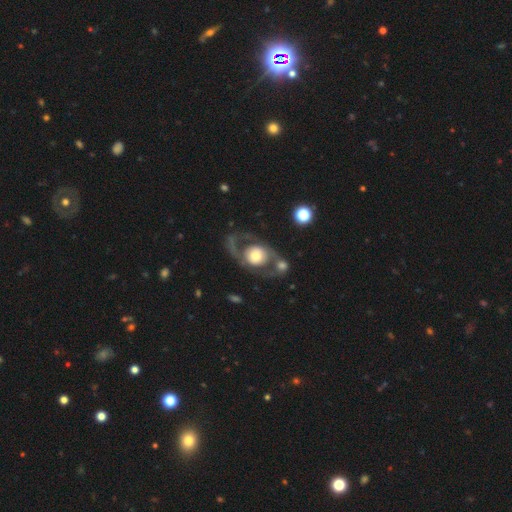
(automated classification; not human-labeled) smooth-or-featured: featured or disk: 66% | smooth: 29% | star or artifact: 5%
  disk-edge-on: no: 94% | yes: 6%
    bar: no: 79% | weak: 16% | strong: 5%
    has-spiral-arms: yes: 58% | no: 42%
    bulge-size: moderate: 45% | large: 38% | small: 8% | dominant: 7% | none: 1%
  merging: none: 50% | major disturbance: 23% | minor disturbance: 16% | merger: 11%